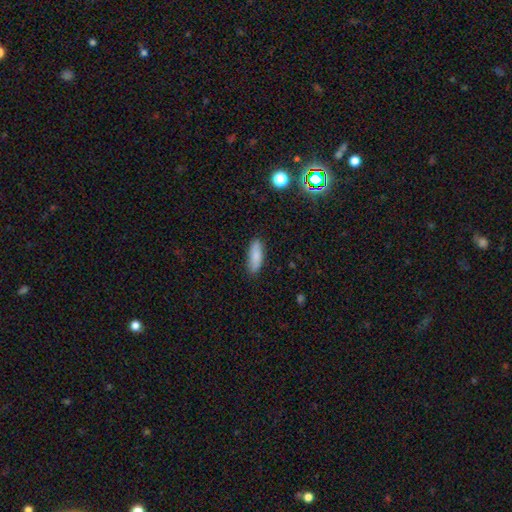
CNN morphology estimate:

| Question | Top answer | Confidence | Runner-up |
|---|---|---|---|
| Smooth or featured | smooth | 86% | featured or disk (8%) |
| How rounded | in between | 62% | cigar-shaped (36%) |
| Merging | none | 88% | minor disturbance (9%) |